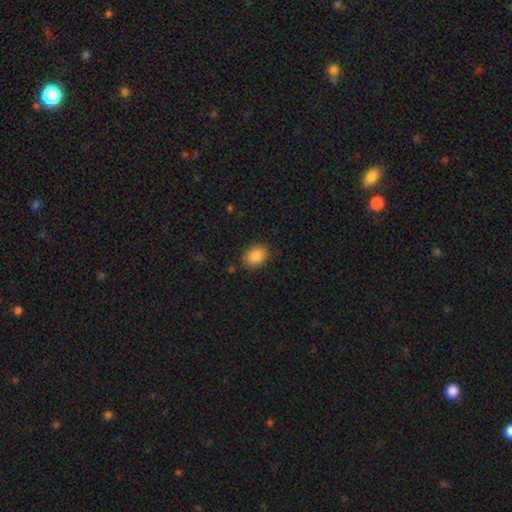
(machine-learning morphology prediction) smooth 86%, star or artifact 8%, featured or disk 5%. Down the decision tree: how rounded — in between (68%); merging — none (86%).